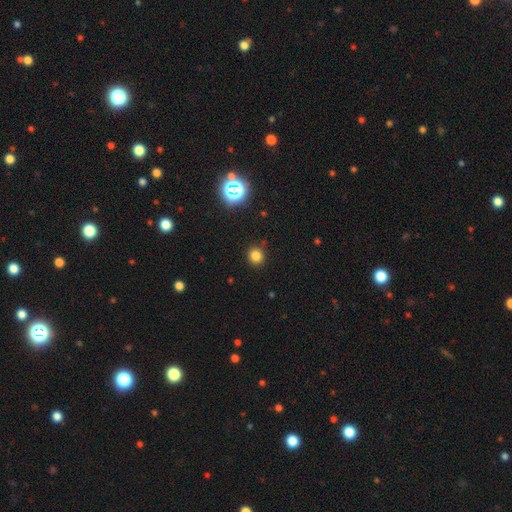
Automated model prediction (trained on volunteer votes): Morphology: type=smooth (79%); roundness=round (89%); merging=none (90%).